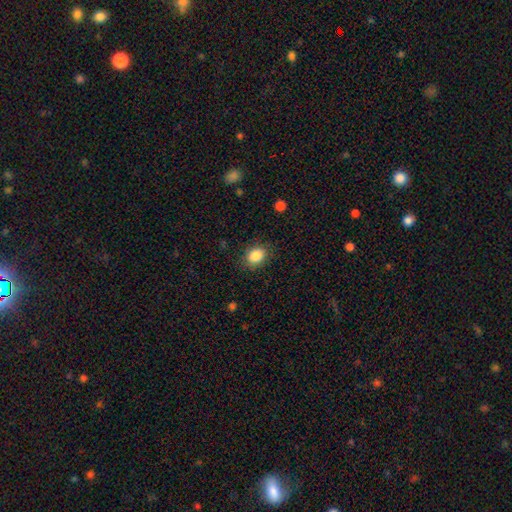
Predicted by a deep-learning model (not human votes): Morphology: type=smooth (87%); roundness=in between (58%); merging=none (85%).